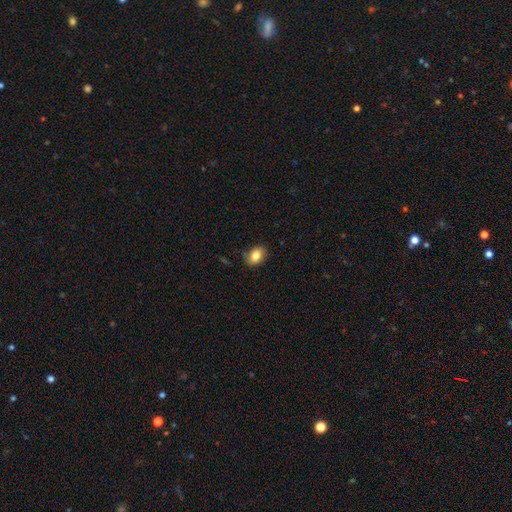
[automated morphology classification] type=smooth (84%); roundness=in between (68%); merging=none (80%).